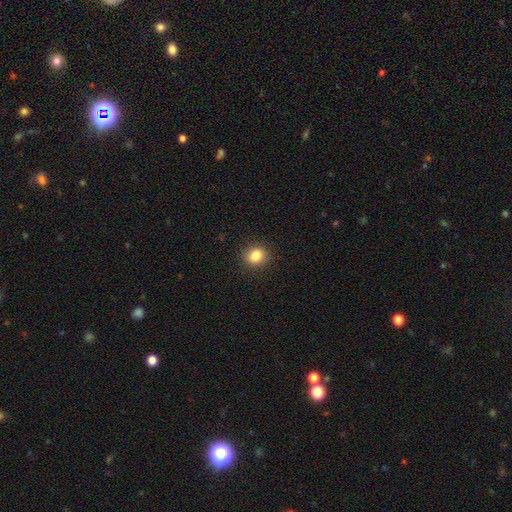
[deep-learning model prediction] smooth_or_featured: smooth (p=0.84) [alt: star or artifact p=0.10]
how_rounded: round (p=0.74) [alt: in between p=0.25]
merging: none (p=0.90) [alt: minor disturbance p=0.07]